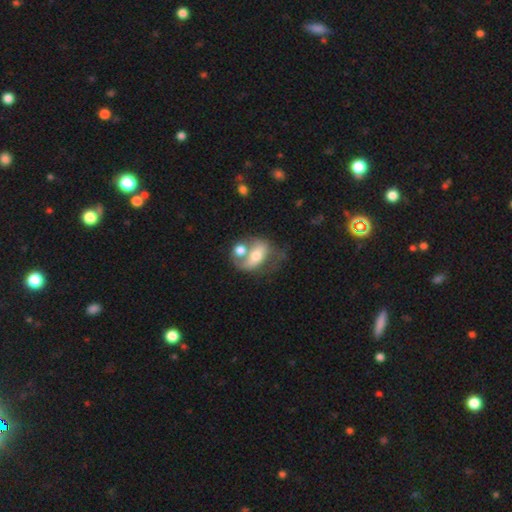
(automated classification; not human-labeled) smooth_or_featured: featured or disk (p=0.49) [alt: smooth p=0.43]
merging: merger (p=0.45) [alt: none p=0.25]